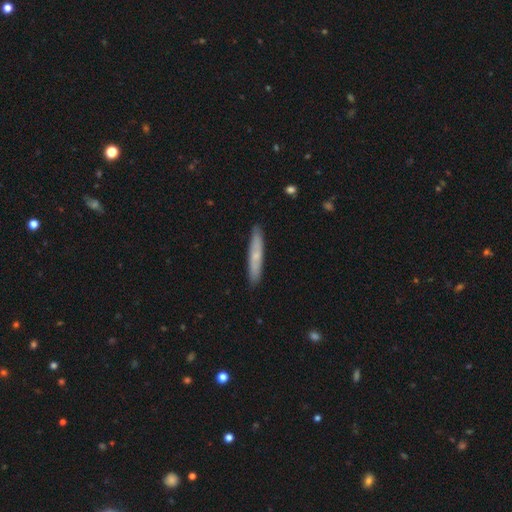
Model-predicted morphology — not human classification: A smooth galaxy with no disk features (54%) that is cigar-shaped (92%). Merging: none (89%).